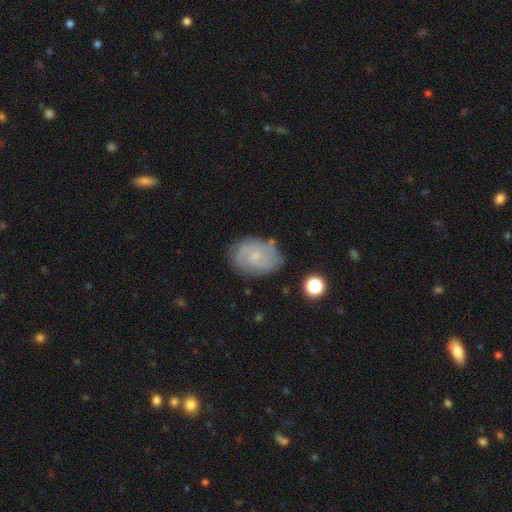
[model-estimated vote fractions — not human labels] smooth_or_featured: featured or disk (p=0.69) [alt: smooth p=0.23]
disk_edge_on: no (p=0.97) [alt: yes p=0.03]
bar: no (p=0.58) [alt: weak p=0.37]
has_spiral_arms: yes (p=0.92) [alt: no p=0.08]
spiral_winding: tight (p=0.49) [alt: medium p=0.39]
spiral_arm_count: 2 (p=0.49) [alt: can't tell p=0.27]
bulge_size: small (p=0.74) [alt: moderate p=0.15]
merging: none (p=0.75) [alt: minor disturbance p=0.17]